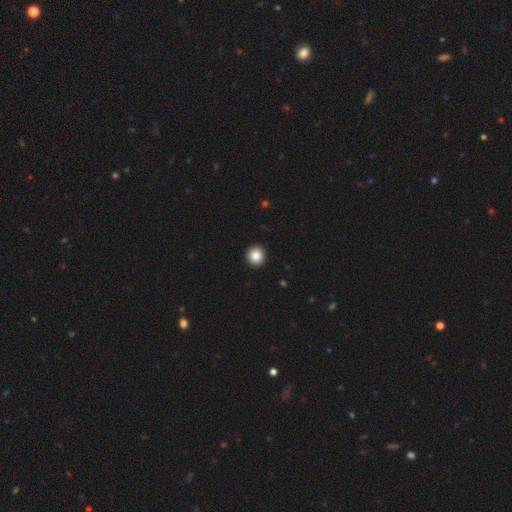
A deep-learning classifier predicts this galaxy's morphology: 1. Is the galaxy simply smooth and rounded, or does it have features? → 85% smooth, 9% star or artifact, 6% featured or disk.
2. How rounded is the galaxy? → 95% round, 4% in between, 1% cigar-shaped.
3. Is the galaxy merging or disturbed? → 94% none, 4% minor disturbance, 1% major disturbance, 1% merger.